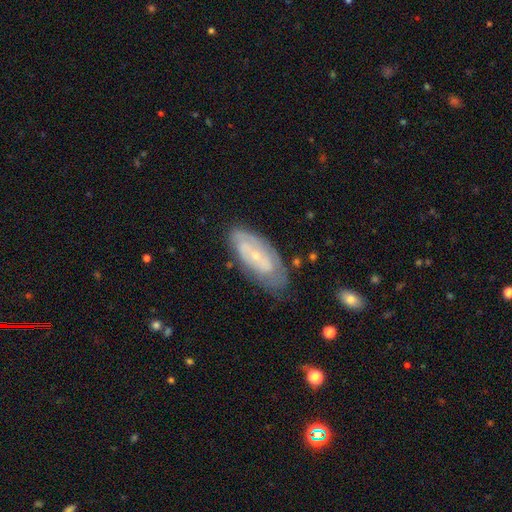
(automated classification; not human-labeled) Smooth or featured?
  - featured or disk: 68% *
  - smooth: 26%
  - star or artifact: 7%
Edge-on disk?
  - no: 90% *
  - yes: 10%
Bar?
  - no: 68% *
  - weak: 24%
  - strong: 7%
Spiral arms?
  - yes: 73% *
  - no: 27%
Bulge size?
  - small: 75% *
  - moderate: 20%
  - none: 2%
  - large: 1%
  - dominant: 1%
Merging?
  - none: 66% *
  - minor disturbance: 24%
  - major disturbance: 8%
  - merger: 2%